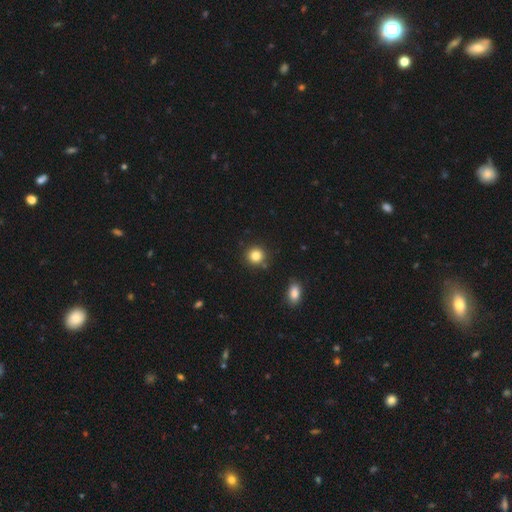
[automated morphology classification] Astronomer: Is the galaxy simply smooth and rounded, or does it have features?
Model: smooth — 84%.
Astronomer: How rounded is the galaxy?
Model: round — 90%.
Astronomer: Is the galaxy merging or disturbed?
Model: none — 85%.